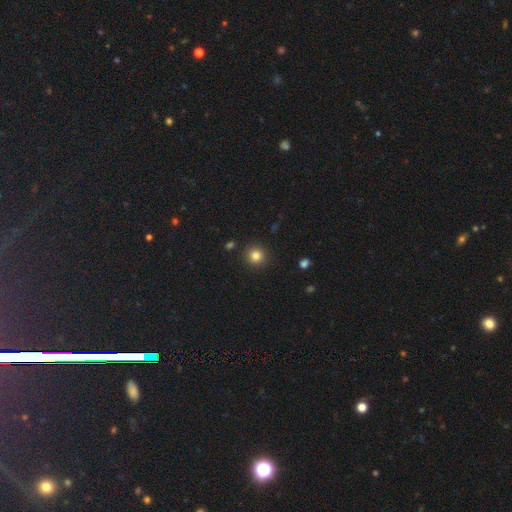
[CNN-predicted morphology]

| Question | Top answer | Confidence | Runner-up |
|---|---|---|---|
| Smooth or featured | smooth | 84% | star or artifact (12%) |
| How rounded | round | 93% | in between (6%) |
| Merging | none | 90% | minor disturbance (6%) |